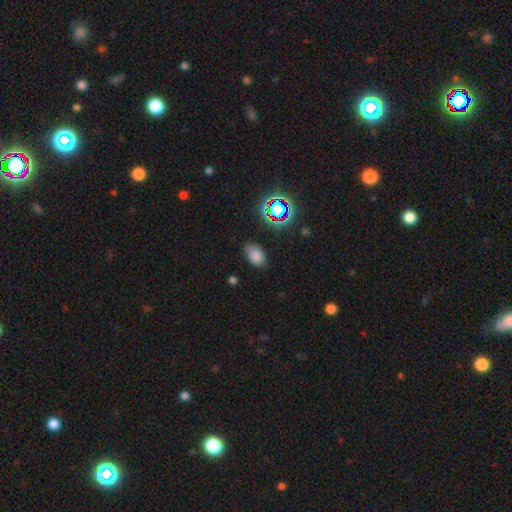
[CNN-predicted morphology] Smooth or featured?
  - smooth: 76% *
  - star or artifact: 17%
  - featured or disk: 7%
How rounded?
  - in between: 89% *
  - round: 9%
  - cigar-shaped: 1%
Merging?
  - none: 73% *
  - minor disturbance: 20%
  - major disturbance: 5%
  - merger: 2%